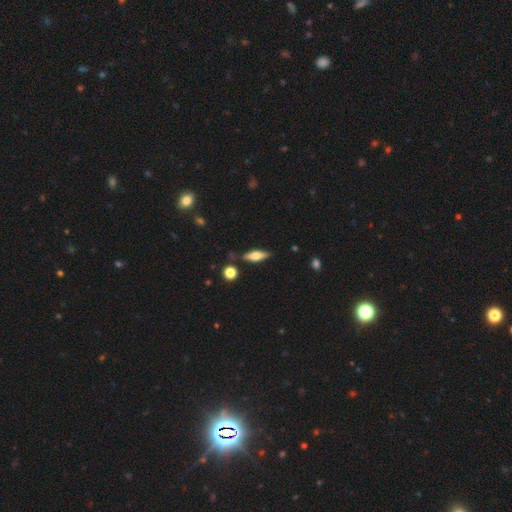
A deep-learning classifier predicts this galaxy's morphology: A featured or disk galaxy (47%).

Vote fractions:
- Smooth or featured? featured or disk: 47% / smooth: 46% / star or artifact: 7%
- Merging? none: 81% / minor disturbance: 12% / merger: 4% / major disturbance: 3%